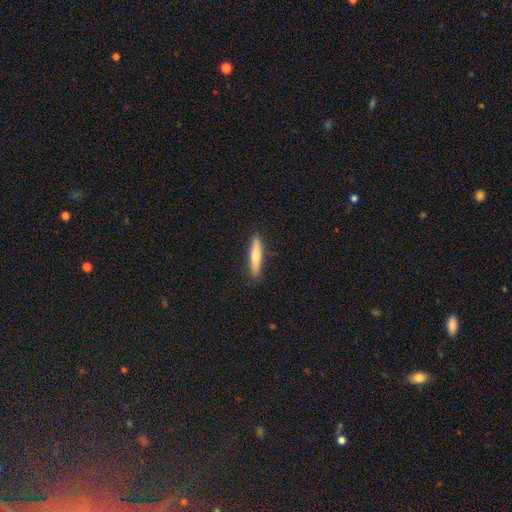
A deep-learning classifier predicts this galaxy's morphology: This appears to be a smooth galaxy with no disk features (68%) that is cigar-shaped (88%). Merging: none (89%).